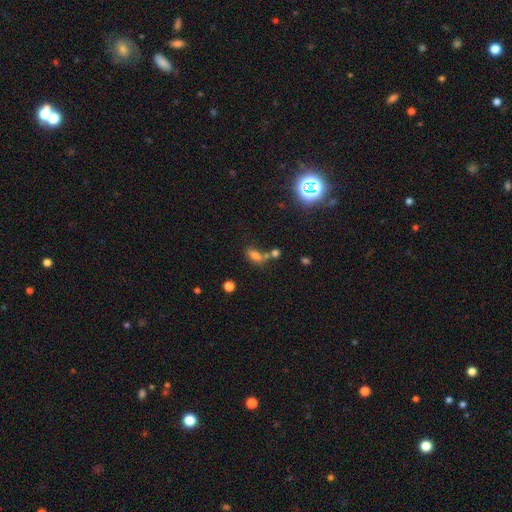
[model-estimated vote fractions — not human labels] smooth_or_featured: smooth (p=0.73) [alt: star or artifact p=0.17]
how_rounded: in between (p=0.81) [alt: round p=0.10]
merging: none (p=0.46) [alt: merger p=0.31]